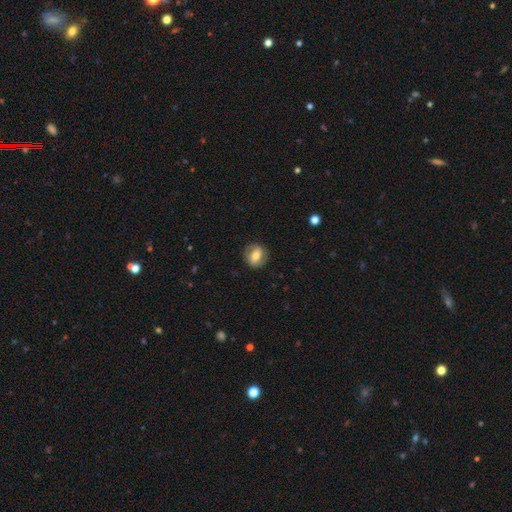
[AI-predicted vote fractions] Morphology: type=smooth (63%); roundness=round (66%); merging=none (84%).